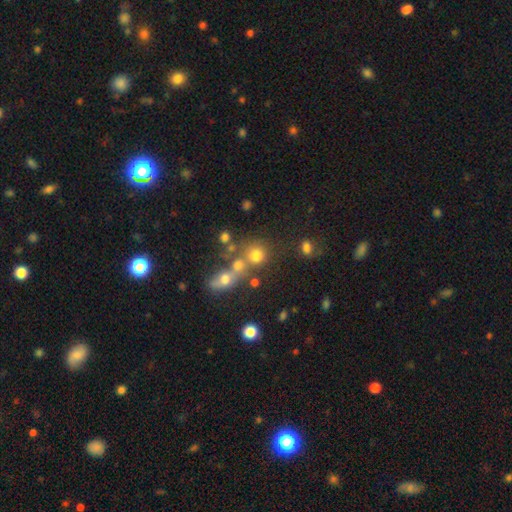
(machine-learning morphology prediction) Smooth or featured? Predicted: smooth (p=0.70). How rounded? Predicted: round (p=0.84). Merging? Predicted: none (p=0.51).